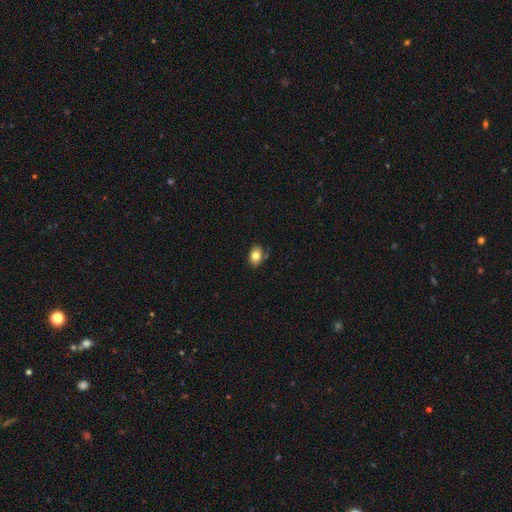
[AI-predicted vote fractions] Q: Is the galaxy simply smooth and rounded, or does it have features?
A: smooth — 80%.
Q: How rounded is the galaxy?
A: in between — 78%.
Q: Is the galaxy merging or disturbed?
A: none — 77%.